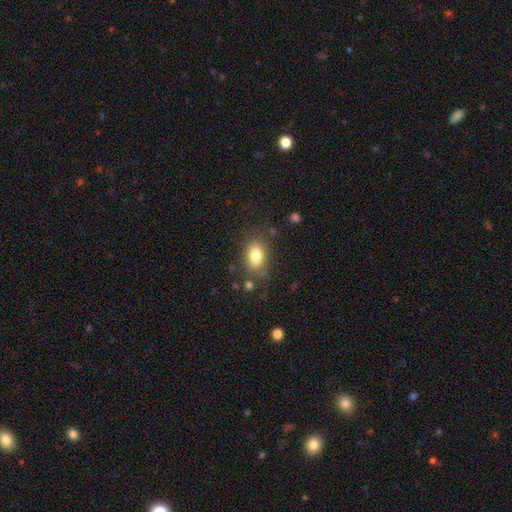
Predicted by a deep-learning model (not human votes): Smooth or featured? smooth (82%)
How rounded? in between (84%)
Merging? none (75%)